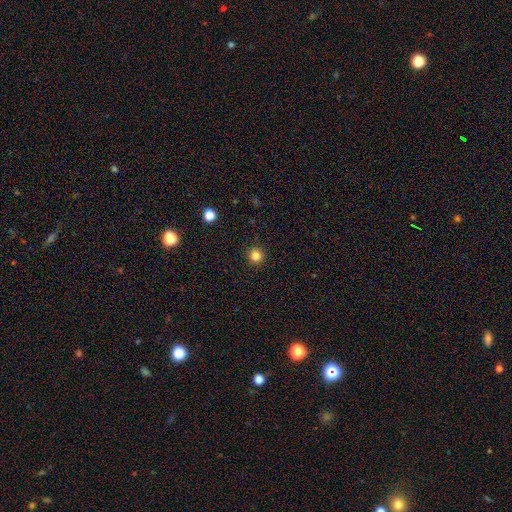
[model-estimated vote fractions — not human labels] smooth 83%, star or artifact 13%, featured or disk 4%. Down the decision tree: how rounded — round (95%); merging — none (93%).